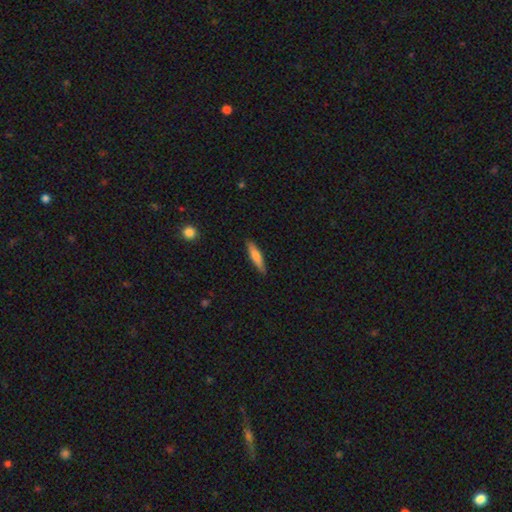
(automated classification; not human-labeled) smooth 69%, featured or disk 26%, star or artifact 6%. Down the decision tree: how rounded — cigar-shaped (82%); merging — none (86%).